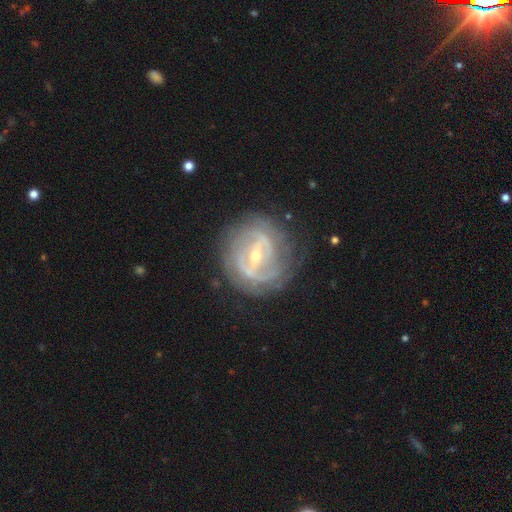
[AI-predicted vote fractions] A featured or disk galaxy (86%) with a strong bar (56%), tight (62%) spiral arms (85%) and a small central bulge (58%).

Vote fractions:
- Smooth or featured? featured or disk: 86% / smooth: 8% / star or artifact: 6%
- Edge-on disk? no: 95% / yes: 5%
- Bar? strong: 56% / weak: 34% / no: 10%
- Spiral arms? yes: 85% / no: 15%
- Spiral winding? tight: 62% / medium: 28% / loose: 10%
- Spiral arm count? can't tell: 37% / 2: 35% / 3: 12% / 4: 7% / 1: 5% / more than 4: 4%
- Bulge size? small: 58% / moderate: 38% / large: 2% / none: 1% / dominant: 1%
- Merging? none: 76% / minor disturbance: 15% / major disturbance: 8% / merger: 1%